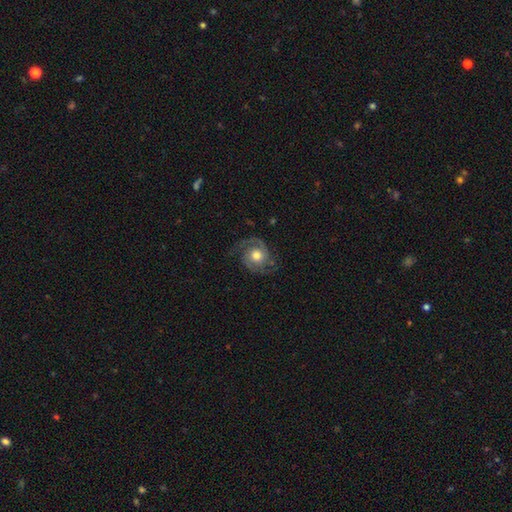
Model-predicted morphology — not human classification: Q: Smooth or featured?
A: featured or disk (86%); runner-up: smooth (9%)
Q: Edge-on disk?
A: no (98%); runner-up: yes (2%)
Q: Bar?
A: no (75%); runner-up: weak (21%)
Q: Spiral arms?
A: yes (97%); runner-up: no (3%)
Q: Spiral winding?
A: medium (48%); runner-up: tight (35%)
Q: Spiral arm count?
A: 2 (89%); runner-up: can't tell (3%)
Q: Bulge size?
A: moderate (65%); runner-up: large (24%)
Q: Merging?
A: none (74%); runner-up: minor disturbance (16%)